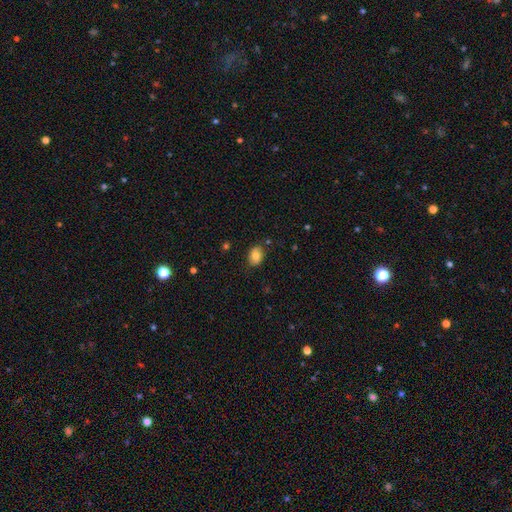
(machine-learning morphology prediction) Smooth or featured?
  - smooth: 77% *
  - featured or disk: 14%
  - star or artifact: 9%
How rounded?
  - in between: 73% *
  - round: 26%
  - cigar-shaped: 1%
Merging?
  - none: 82% *
  - minor disturbance: 14%
  - major disturbance: 3%
  - merger: 2%